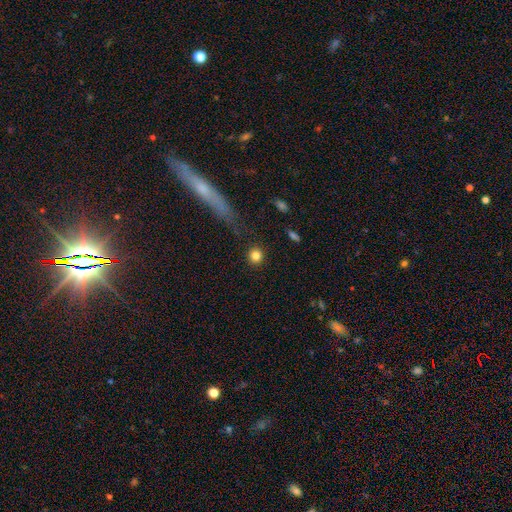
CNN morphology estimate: Smooth or featured: smooth — 83% (star or artifact — 11%)
How rounded: round — 92% (in between — 7%)
Merging: none — 89% (minor disturbance — 7%)